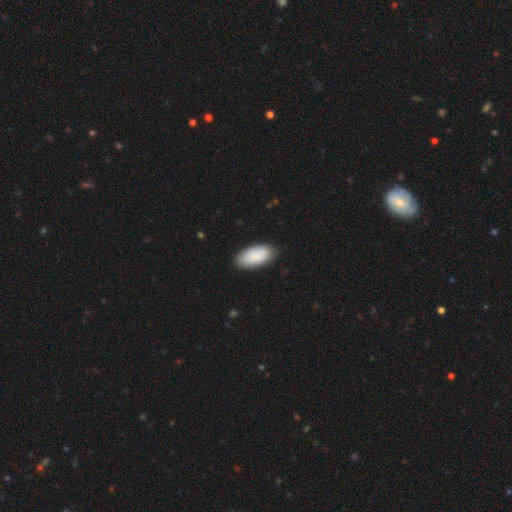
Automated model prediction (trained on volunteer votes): Overall: smooth (87%). How rounded: in between (93%). Merging: none (84%).